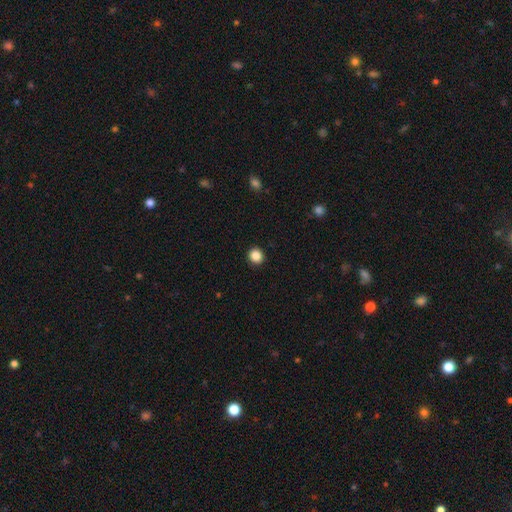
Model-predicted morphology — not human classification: Smooth or featured?
  - smooth: 86% *
  - star or artifact: 10%
  - featured or disk: 3%
How rounded?
  - round: 89% *
  - in between: 10%
  - cigar-shaped: 1%
Merging?
  - none: 93% *
  - minor disturbance: 5%
  - major disturbance: 2%
  - merger: 1%